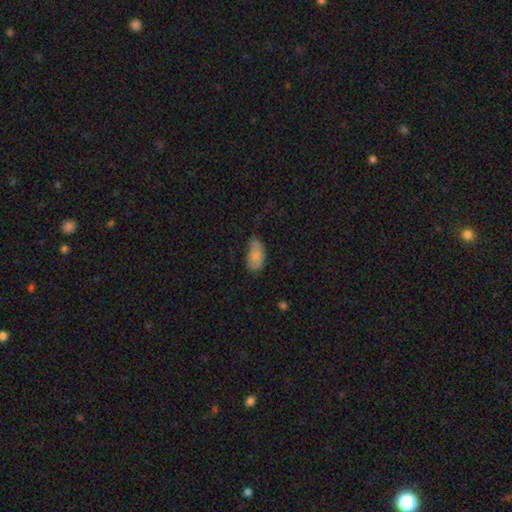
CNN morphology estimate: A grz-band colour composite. It shows a smooth galaxy with no disk features (82%) that is in between round and cigar-shaped (94%). Merging: none (44%).